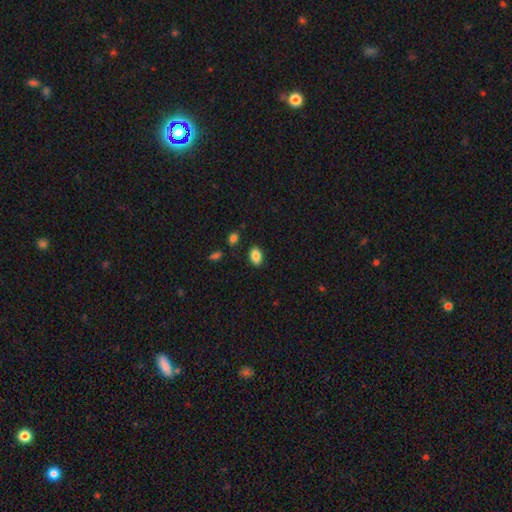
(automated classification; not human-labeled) A smooth galaxy with no disk features (86%) that is in between round and cigar-shaped (89%). Merging: none (85%).